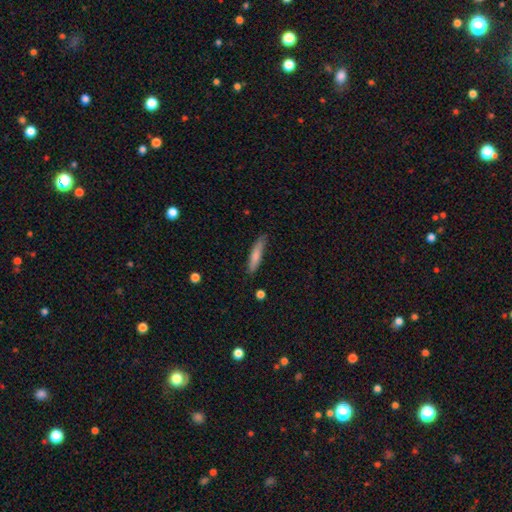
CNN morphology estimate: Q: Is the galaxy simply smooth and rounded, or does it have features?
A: smooth — 75%.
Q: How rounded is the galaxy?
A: cigar-shaped — 85%.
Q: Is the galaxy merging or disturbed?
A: none — 77%.